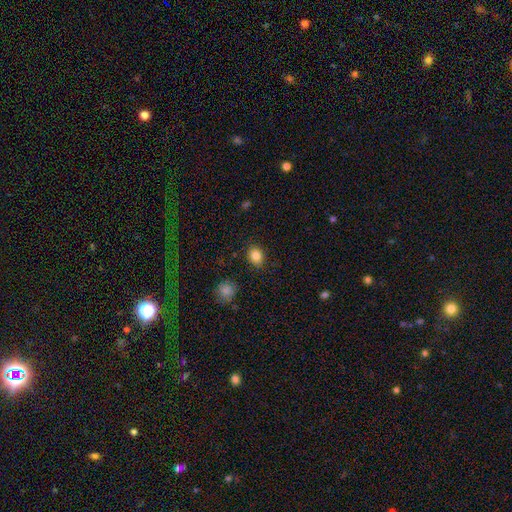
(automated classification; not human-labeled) Smooth or featured? smooth (85%)
How rounded? round (50%)
Merging? none (87%)